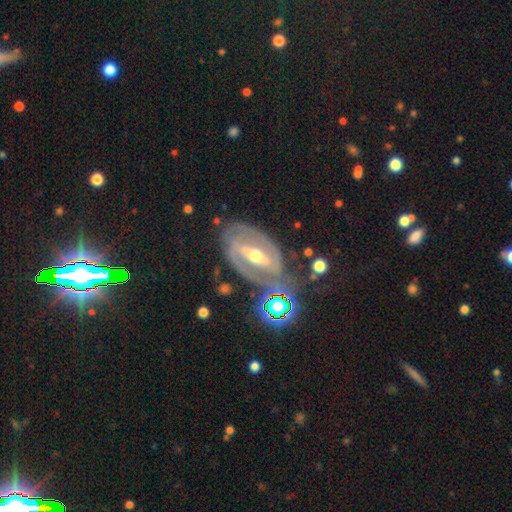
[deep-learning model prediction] smooth_or_featured: featured or disk (p=0.85) [alt: smooth p=0.10]
disk_edge_on: no (p=0.95) [alt: yes p=0.05]
bar: strong (p=0.62) [alt: weak p=0.26]
has_spiral_arms: yes (p=0.86) [alt: no p=0.14]
spiral_winding: tight (p=0.44) [alt: medium p=0.43]
spiral_arm_count: 2 (p=0.81) [alt: can't tell p=0.10]
bulge_size: moderate (p=0.69) [alt: small p=0.24]
merging: none (p=0.60) [alt: minor disturbance p=0.18]